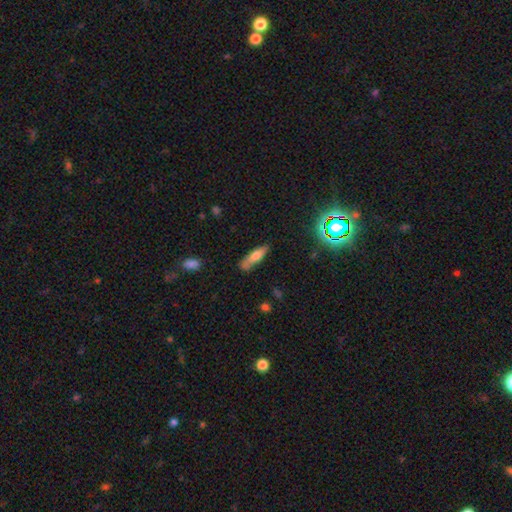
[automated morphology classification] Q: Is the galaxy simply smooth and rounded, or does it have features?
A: smooth — 65%.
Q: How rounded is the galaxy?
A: cigar-shaped — 69%.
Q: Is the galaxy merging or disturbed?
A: none — 70%.